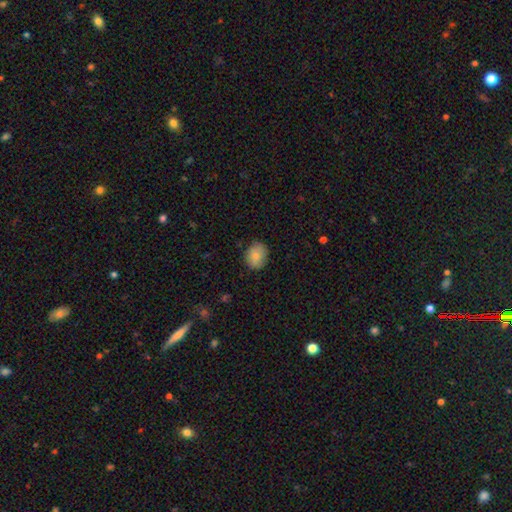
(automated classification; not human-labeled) smooth-or-featured: smooth: 82% | featured or disk: 10% | star or artifact: 8%
  how-rounded: round: 56% | in between: 43% | cigar-shaped: 1%
  merging: none: 83% | minor disturbance: 13% | major disturbance: 3% | merger: 1%